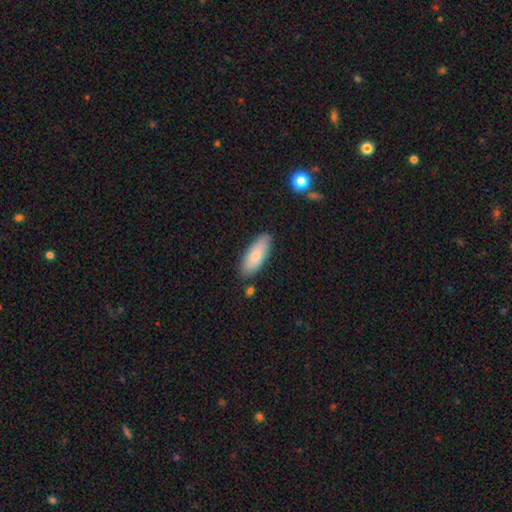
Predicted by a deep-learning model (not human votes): Overall: smooth (78%). How rounded: in between (76%). Merging: none (82%).